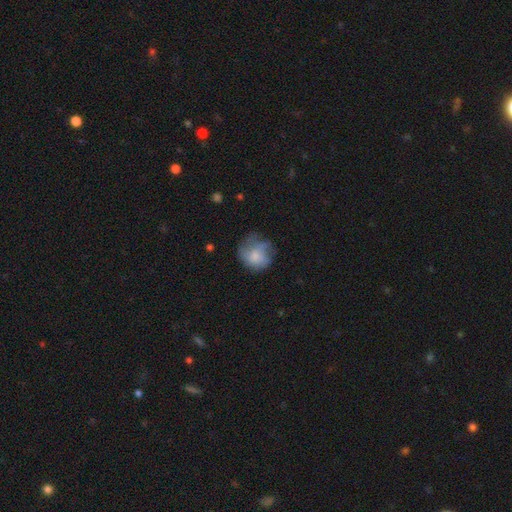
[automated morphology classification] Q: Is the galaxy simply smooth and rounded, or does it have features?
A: smooth — 67%.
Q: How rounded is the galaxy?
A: round — 79%.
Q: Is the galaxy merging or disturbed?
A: none — 50%.